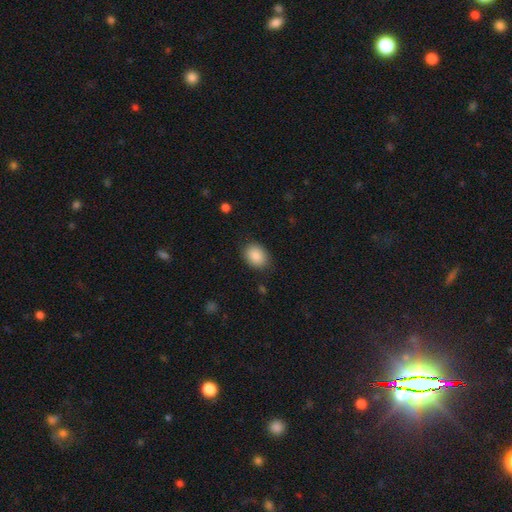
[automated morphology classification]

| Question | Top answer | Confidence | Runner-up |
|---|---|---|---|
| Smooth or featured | smooth | 88% | star or artifact (7%) |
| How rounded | in between | 70% | round (30%) |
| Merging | none | 83% | minor disturbance (12%) |